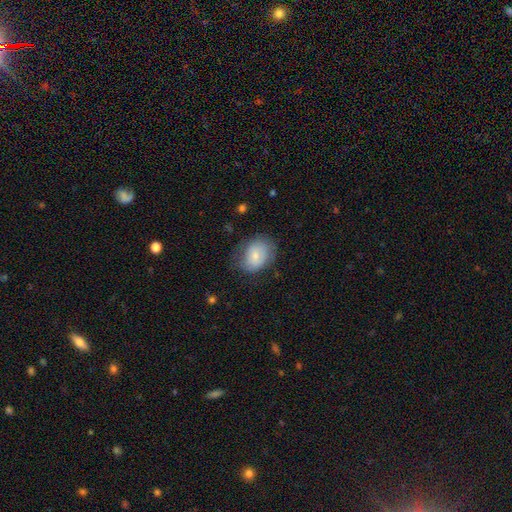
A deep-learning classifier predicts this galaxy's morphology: Smooth or featured: smooth — 66% (featured or disk — 27%)
How rounded: in between — 69% (round — 30%)
Merging: none — 65% (minor disturbance — 24%)